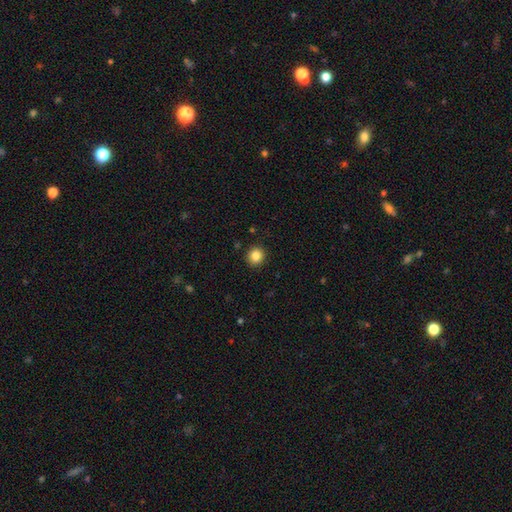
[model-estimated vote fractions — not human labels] Morphology: type=smooth (85%); roundness=round (90%); merging=none (92%).